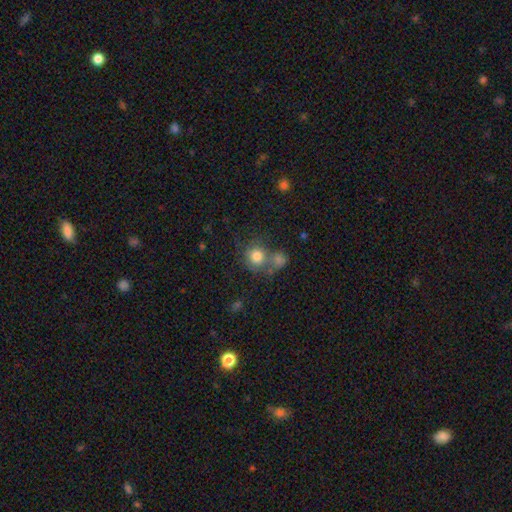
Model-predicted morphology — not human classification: A smooth galaxy with no disk features (80%) that is round (85%). Merging: none (49%).